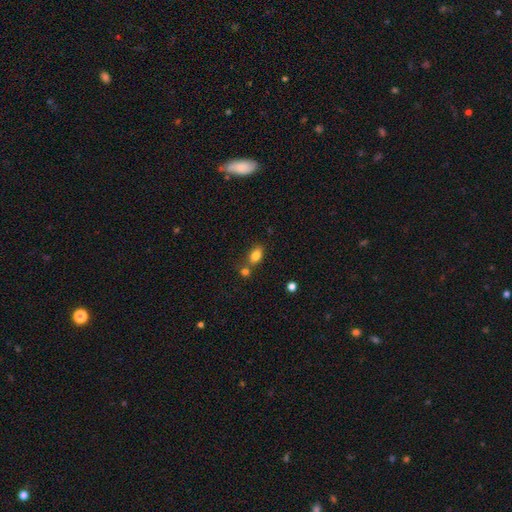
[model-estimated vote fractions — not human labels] This is clearly a smooth galaxy (81%). How rounded: clearly in between (83%). Merging: possibly none (59%).